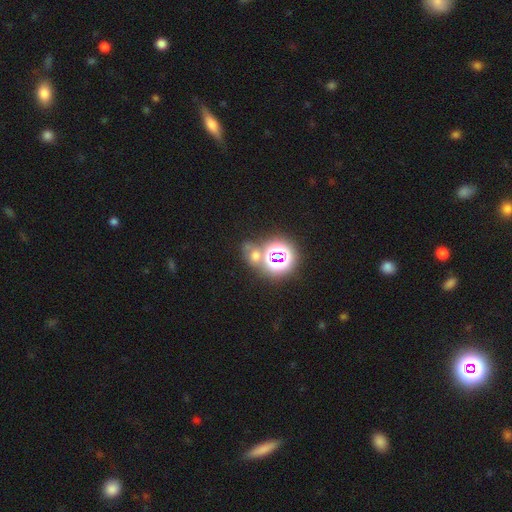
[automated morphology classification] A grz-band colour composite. It shows a star or artifact, not a galaxy (49%).